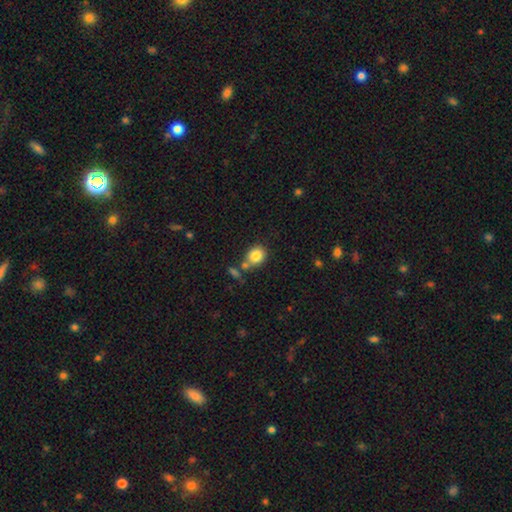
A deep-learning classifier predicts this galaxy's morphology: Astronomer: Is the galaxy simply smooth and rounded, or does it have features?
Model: smooth — 84%.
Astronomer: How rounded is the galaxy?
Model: round — 70%.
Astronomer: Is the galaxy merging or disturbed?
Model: none — 65%.